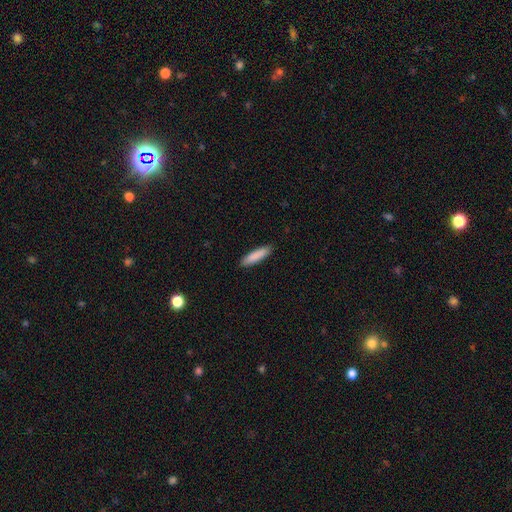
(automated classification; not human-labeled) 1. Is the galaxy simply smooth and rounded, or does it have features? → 88% smooth, 7% featured or disk, 6% star or artifact.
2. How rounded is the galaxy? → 77% cigar-shaped, 22% in between, 1% round.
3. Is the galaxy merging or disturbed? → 90% none, 7% minor disturbance, 1% major disturbance, 1% merger.